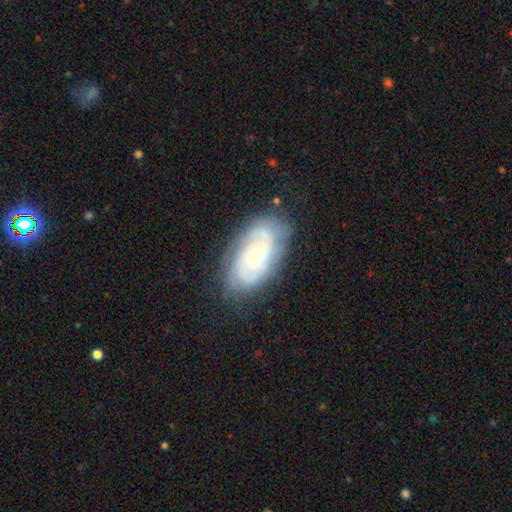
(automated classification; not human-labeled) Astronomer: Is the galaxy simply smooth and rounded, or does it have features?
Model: featured or disk — 73%.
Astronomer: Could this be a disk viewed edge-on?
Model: no — 95%.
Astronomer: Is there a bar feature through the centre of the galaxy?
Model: no — 73%.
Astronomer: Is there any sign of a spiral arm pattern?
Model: yes — 89%.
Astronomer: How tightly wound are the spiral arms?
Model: tight — 64%.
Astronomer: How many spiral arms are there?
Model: can't tell — 41% (runner-up: 2, 33%).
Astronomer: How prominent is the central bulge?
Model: small — 65%.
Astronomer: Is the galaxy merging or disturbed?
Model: none — 73%.